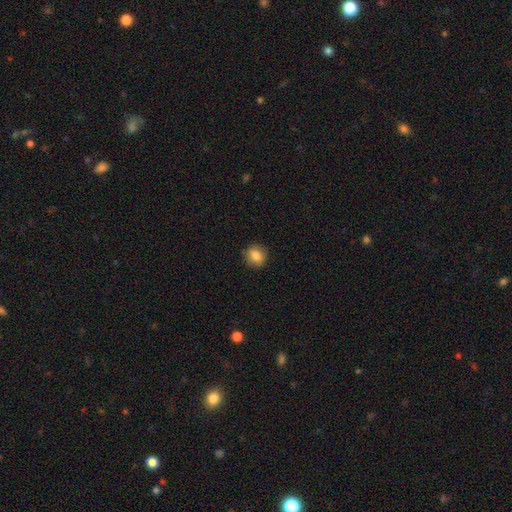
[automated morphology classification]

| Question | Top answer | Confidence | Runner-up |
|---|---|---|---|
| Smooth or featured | smooth | 82% | star or artifact (9%) |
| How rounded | round | 70% | in between (29%) |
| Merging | none | 87% | minor disturbance (9%) |